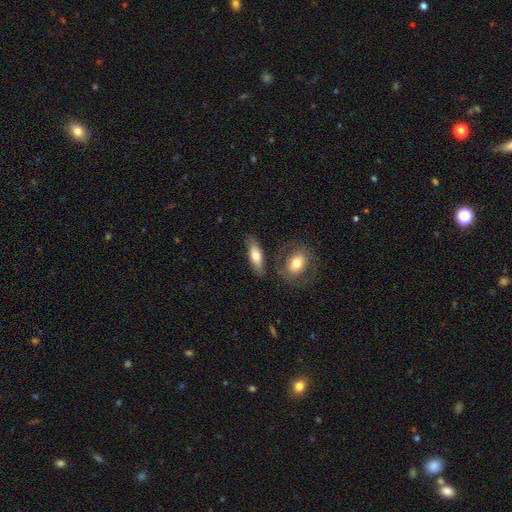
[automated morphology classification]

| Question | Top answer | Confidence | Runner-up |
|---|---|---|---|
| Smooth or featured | smooth | 71% | featured or disk (23%) |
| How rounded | in between | 66% | cigar-shaped (30%) |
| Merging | none | 72% | minor disturbance (13%) |